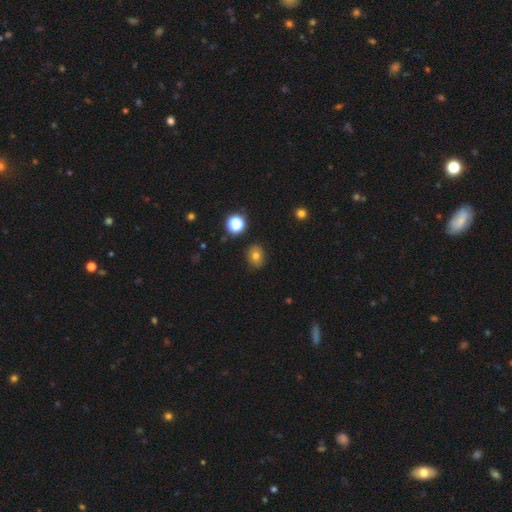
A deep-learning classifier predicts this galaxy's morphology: A smooth galaxy with no disk features (73%) that is round (52%). Merging: none (85%).